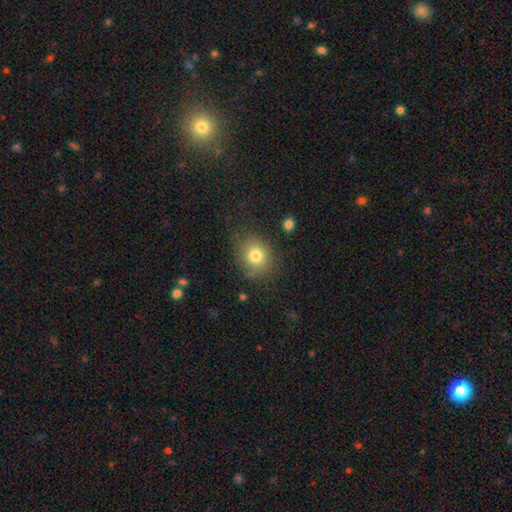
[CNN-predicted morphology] smooth-or-featured: smooth: 79% | star or artifact: 11% | featured or disk: 10%
  how-rounded: round: 69% | in between: 30% | cigar-shaped: 1%
  merging: none: 76% | minor disturbance: 16% | major disturbance: 6% | merger: 2%